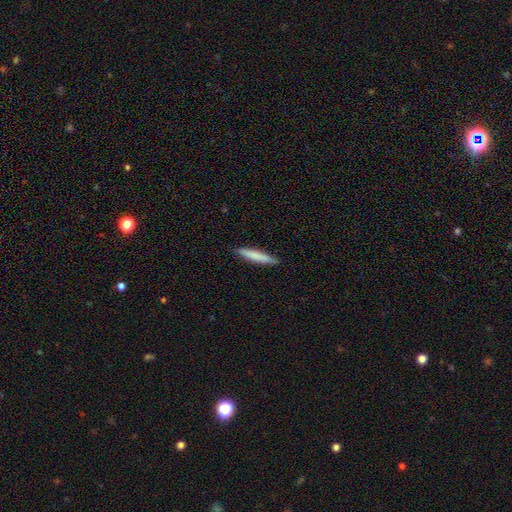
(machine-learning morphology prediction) Smooth or featured?
  - smooth: 75% *
  - featured or disk: 20%
  - star or artifact: 5%
How rounded?
  - cigar-shaped: 94% *
  - in between: 4%
  - round: 1%
Merging?
  - none: 91% *
  - minor disturbance: 7%
  - major disturbance: 1%
  - merger: 1%